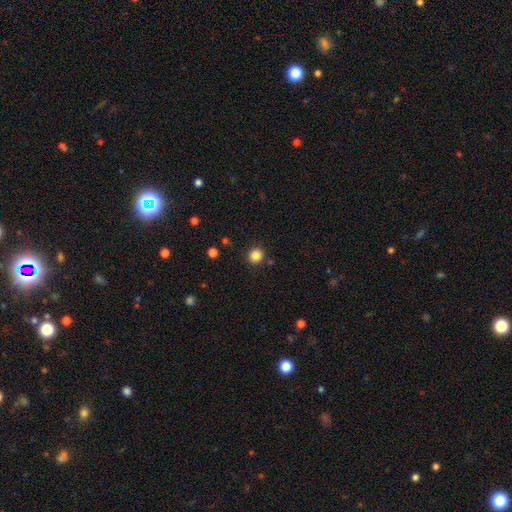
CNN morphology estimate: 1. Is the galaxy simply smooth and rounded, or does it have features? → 84% smooth, 12% star or artifact, 4% featured or disk.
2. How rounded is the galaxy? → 91% round, 8% in between, 1% cigar-shaped.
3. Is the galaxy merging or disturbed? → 89% none, 6% minor disturbance, 2% merger, 2% major disturbance.